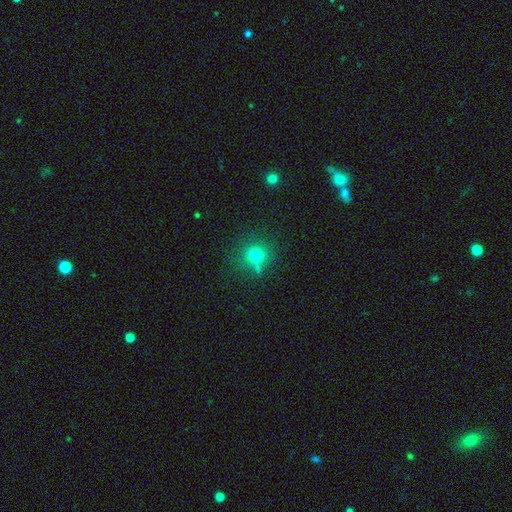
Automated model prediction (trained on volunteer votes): Q: Smooth or featured?
A: smooth (76%); runner-up: star or artifact (16%)
Q: How rounded?
A: round (89%); runner-up: in between (10%)
Q: Merging?
A: none (72%); runner-up: minor disturbance (12%)